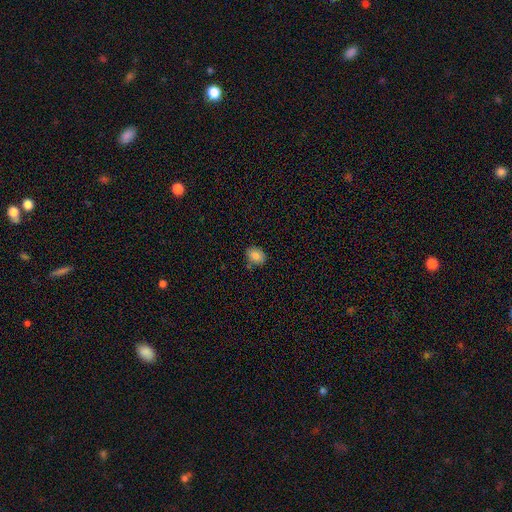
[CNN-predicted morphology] smooth-or-featured: smooth: 84% | star or artifact: 9% | featured or disk: 7%
  how-rounded: in between: 58% | round: 41% | cigar-shaped: 1%
  merging: none: 76% | minor disturbance: 17% | merger: 5% | major disturbance: 3%